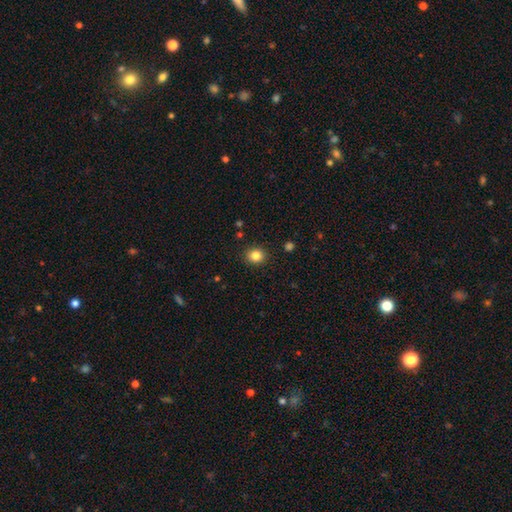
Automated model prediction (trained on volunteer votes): Smooth or featured?
  - smooth: 85% *
  - star or artifact: 11%
  - featured or disk: 4%
How rounded?
  - round: 77% *
  - in between: 23%
  - cigar-shaped: 1%
Merging?
  - none: 90% *
  - minor disturbance: 7%
  - major disturbance: 2%
  - merger: 1%